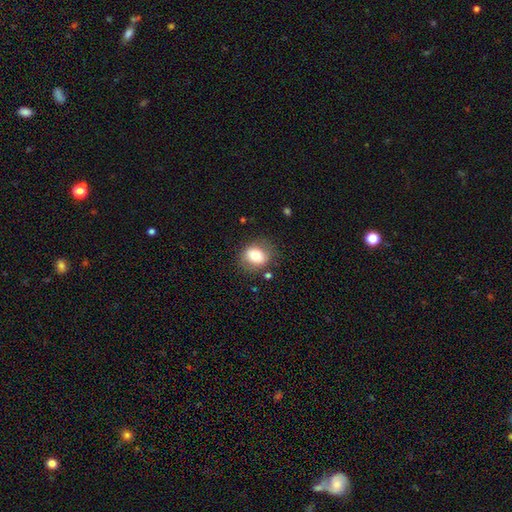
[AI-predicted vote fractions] smooth_or_featured: smooth (p=0.76) [alt: featured or disk p=0.15]
how_rounded: round (p=0.61) [alt: in between p=0.38]
merging: none (p=0.78) [alt: minor disturbance p=0.14]